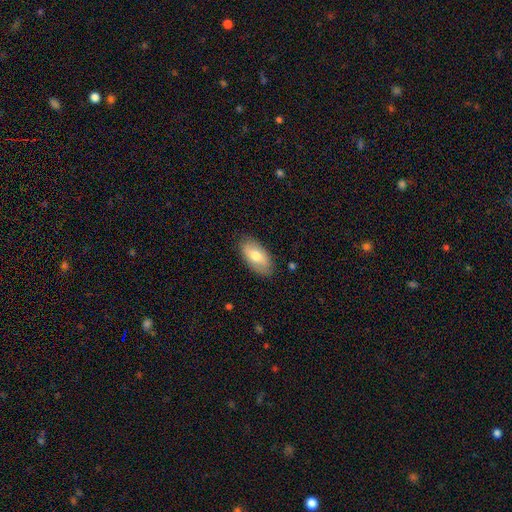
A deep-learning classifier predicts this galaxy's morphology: smooth-or-featured: smooth: 66% | featured or disk: 28% | star or artifact: 6%
  how-rounded: in between: 93% | cigar-shaped: 4% | round: 3%
  merging: none: 84% | minor disturbance: 12% | major disturbance: 3% | merger: 1%